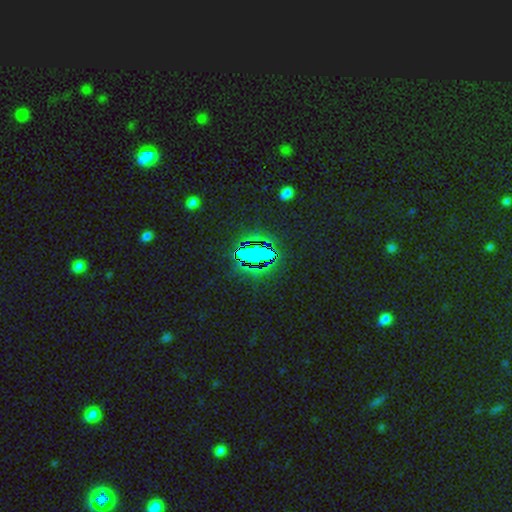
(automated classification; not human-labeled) smooth-or-featured: star or artifact: 69% | smooth: 20% | featured or disk: 11%